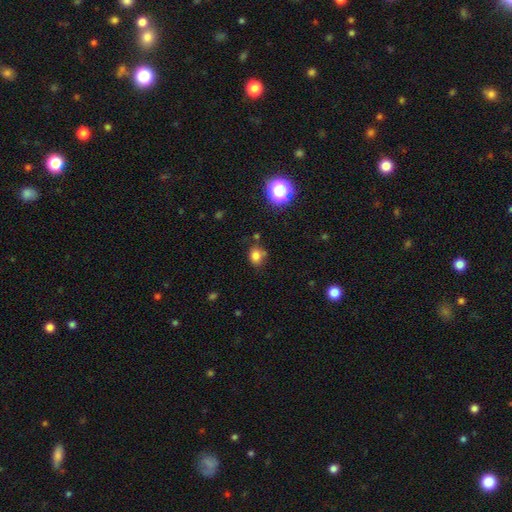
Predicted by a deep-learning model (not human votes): Overall: smooth (79%). How rounded: round (54%; in between 45%). Merging: none (65%).